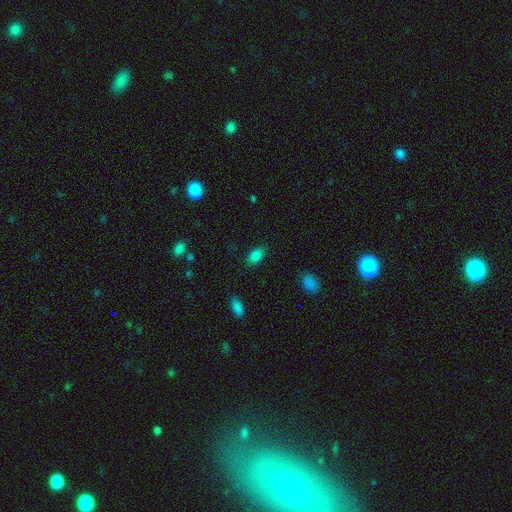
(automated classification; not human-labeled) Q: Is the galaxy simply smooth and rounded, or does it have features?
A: smooth — 85%.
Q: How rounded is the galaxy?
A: in between — 92%.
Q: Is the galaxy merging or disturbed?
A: none — 85%.